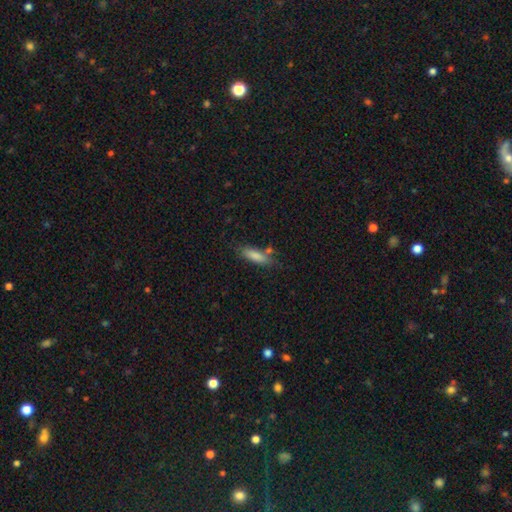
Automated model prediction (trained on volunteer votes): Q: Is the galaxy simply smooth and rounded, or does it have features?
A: smooth — 82%.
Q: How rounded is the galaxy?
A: cigar-shaped — 50%.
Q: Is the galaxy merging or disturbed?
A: none — 68%.